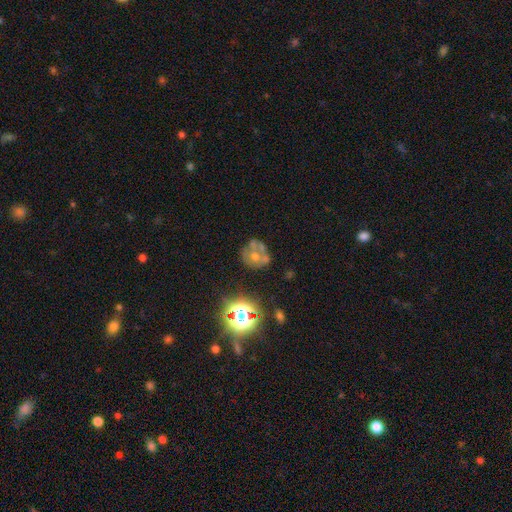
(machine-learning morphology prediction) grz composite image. It shows a featured or disk galaxy (46%). Merging: none (47%).